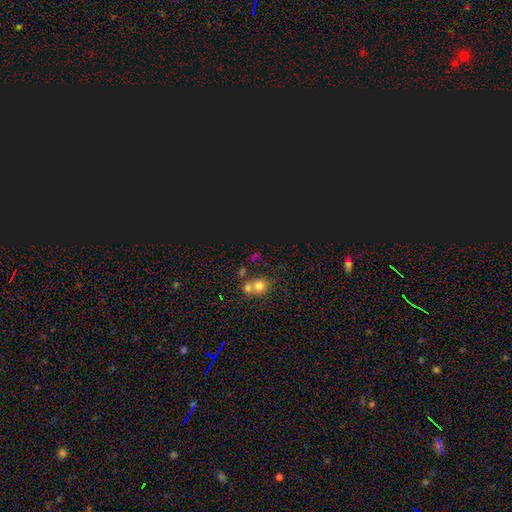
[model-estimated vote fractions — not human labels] Smooth or featured? Predicted: smooth (p=0.47). Merging? Predicted: none (p=0.48).